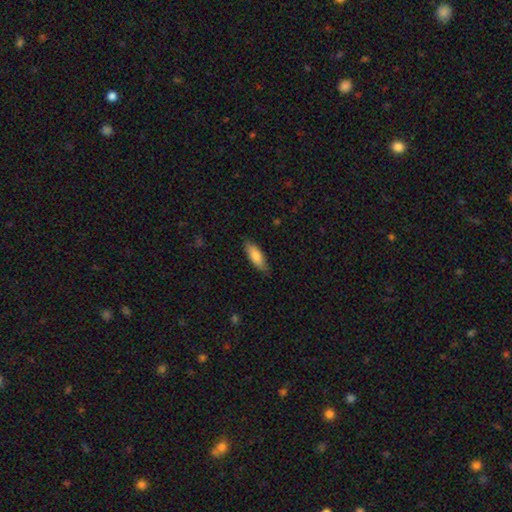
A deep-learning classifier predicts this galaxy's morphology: Smooth or featured: smooth — 78% (featured or disk — 16%)
How rounded: in between — 61% (cigar-shaped — 37%)
Merging: none — 83% (minor disturbance — 14%)